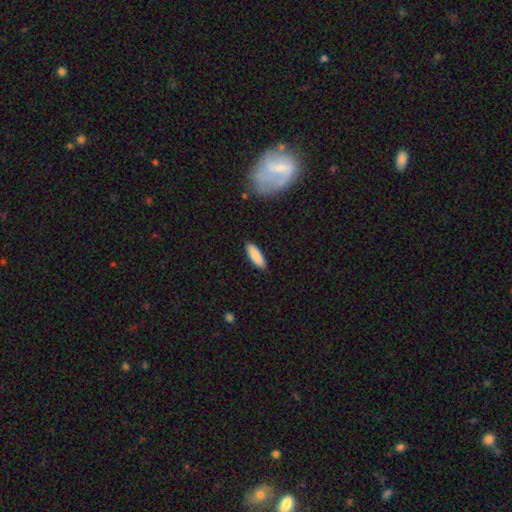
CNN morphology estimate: Smooth or featured: smooth — 88% (featured or disk — 6%)
How rounded: in between — 51% (cigar-shaped — 47%)
Merging: none — 89% (minor disturbance — 8%)